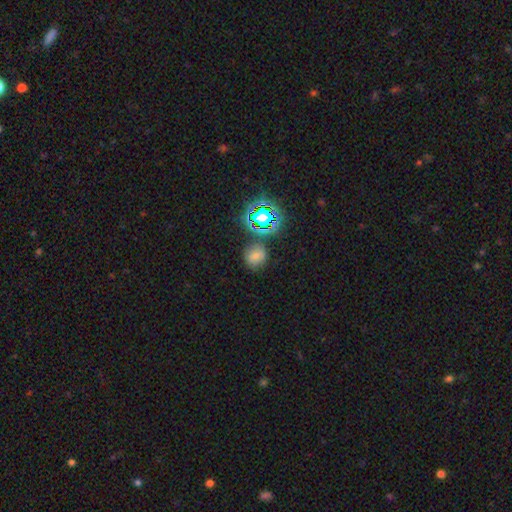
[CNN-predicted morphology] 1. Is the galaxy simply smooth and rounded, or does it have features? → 50% smooth, 38% star or artifact, 12% featured or disk.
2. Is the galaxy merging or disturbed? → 75% none, 13% minor disturbance, 8% merger, 5% major disturbance.